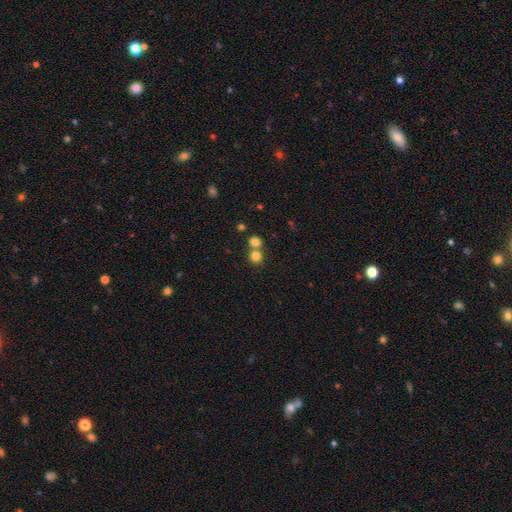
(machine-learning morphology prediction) Overall: smooth (80%). How rounded: round (85%). Merging: none (50%; merger 42%).